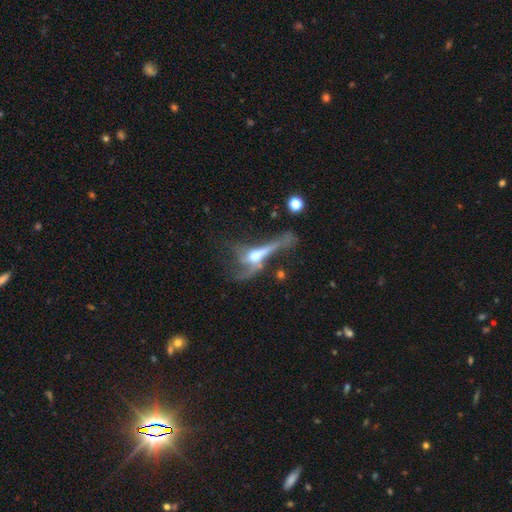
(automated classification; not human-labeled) This is likely a featured or disk galaxy (64%). It is possibly viewed edge-on (54%). Merging: marginally major disturbance (45%).